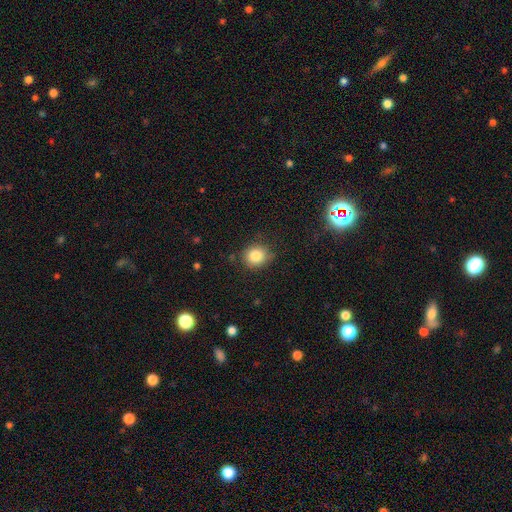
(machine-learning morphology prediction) A smooth galaxy with no disk features (83%) that is round (74%).

Vote fractions:
- Smooth or featured? smooth: 83% / star or artifact: 10% / featured or disk: 6%
- How rounded? round: 74% / in between: 26% / cigar-shaped: 1%
- Merging? none: 78% / minor disturbance: 17% / major disturbance: 4% / merger: 2%